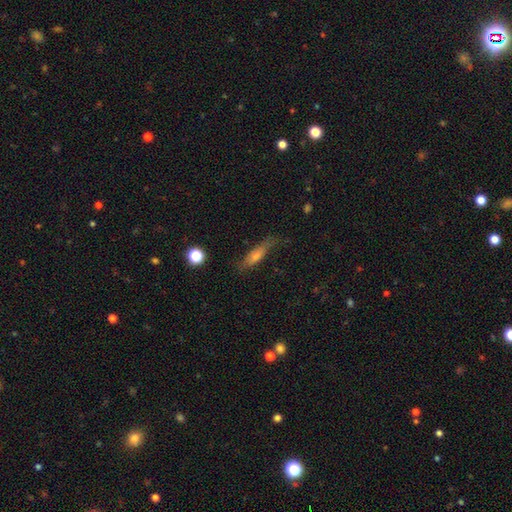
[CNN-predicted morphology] smooth 51%, featured or disk 37%, star or artifact 12%. Down the decision tree: how rounded — cigar-shaped (65%); merging — none (61%).